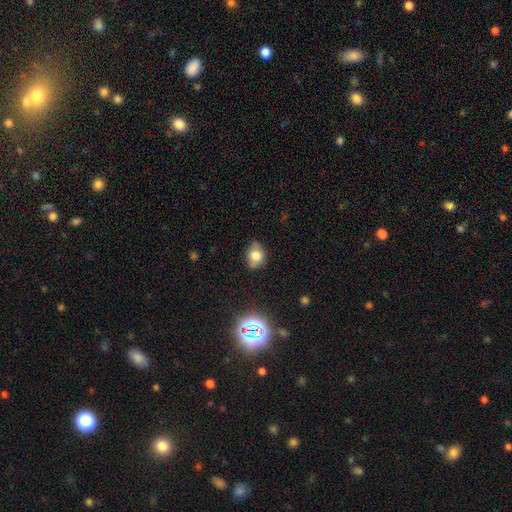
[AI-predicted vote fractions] Morphology: type=smooth (71%); roundness=in between (58%); merging=none (74%).